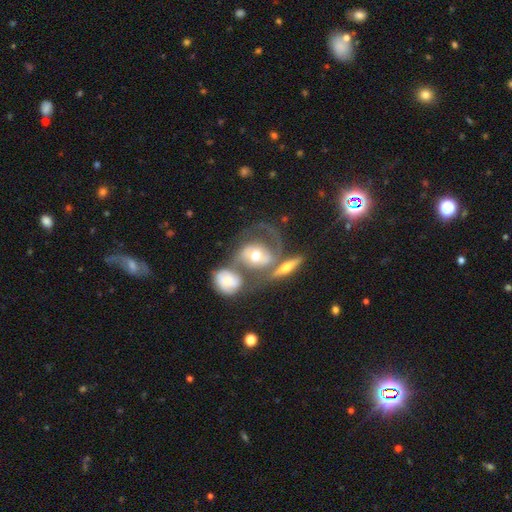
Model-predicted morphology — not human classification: smooth_or_featured: featured or disk (p=0.68) [alt: smooth p=0.26]
disk_edge_on: no (p=0.93) [alt: yes p=0.07]
bar: no (p=0.59) [alt: weak p=0.28]
has_spiral_arms: yes (p=0.74) [alt: no p=0.26]
bulge_size: moderate (p=0.67) [alt: small p=0.20]
merging: merger (p=0.43) [alt: none p=0.26]